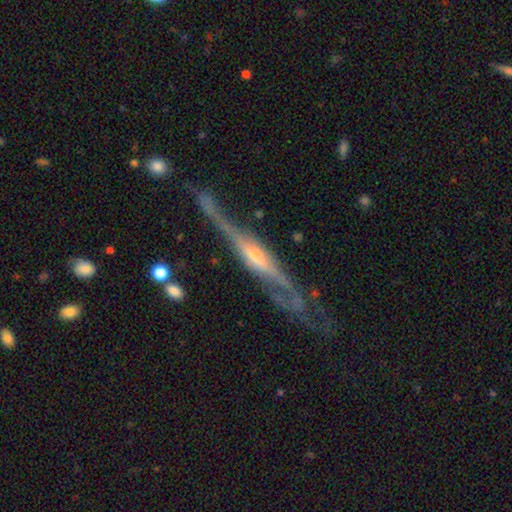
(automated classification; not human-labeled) Smooth or featured? featured or disk (86%)
Edge-on disk? yes (87%)
Edge-on bulge? rounded (75%)
Merging? none (62%)